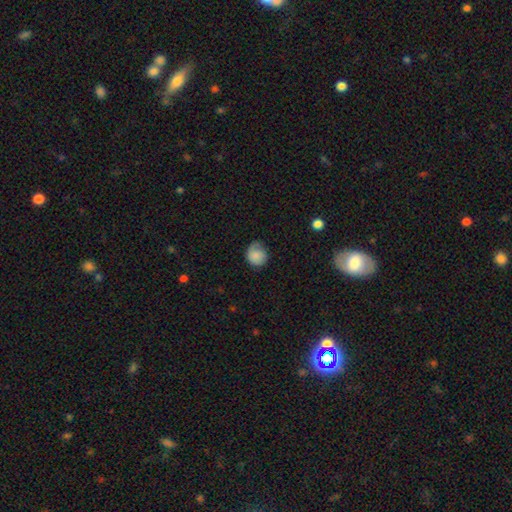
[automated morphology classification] Overall: smooth (78%). How rounded: round (77%). Merging: none (58%; minor disturbance 31%).